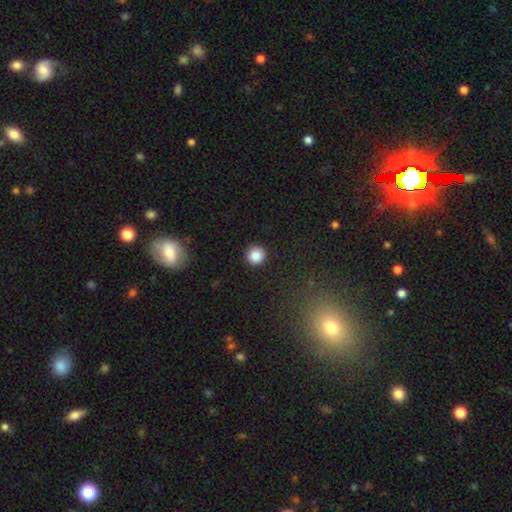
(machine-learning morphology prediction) A smooth galaxy with no disk features (86%) that is round (96%). Merging: none (92%).